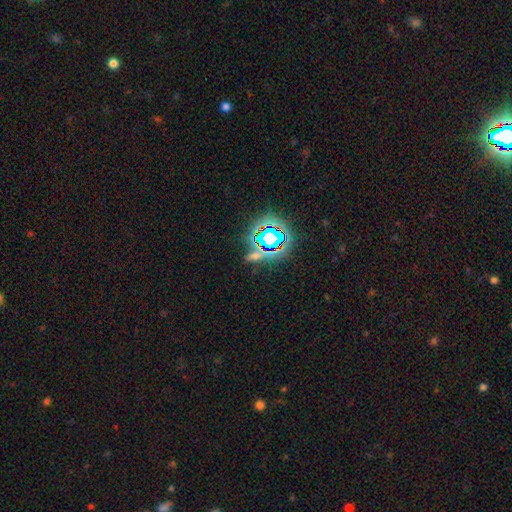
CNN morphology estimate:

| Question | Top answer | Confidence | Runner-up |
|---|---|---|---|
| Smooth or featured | star or artifact | 55% | smooth (31%) |